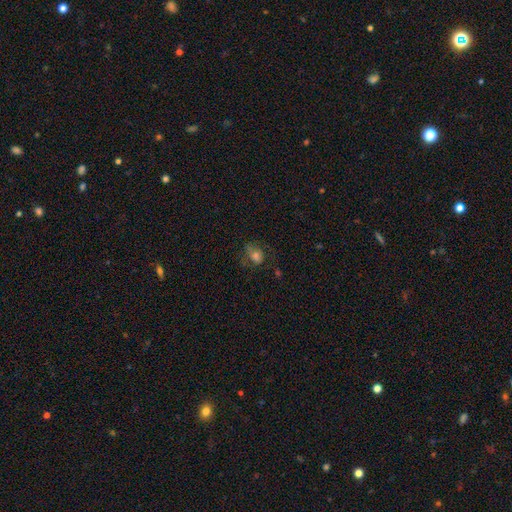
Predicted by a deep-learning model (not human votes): A smooth galaxy with no disk features (55%) that is round (51%).

Vote fractions:
- Smooth or featured? smooth: 55% / featured or disk: 23% / star or artifact: 21%
- How rounded? round: 51% / in between: 47% / cigar-shaped: 1%
- Merging? none: 51% / major disturbance: 24% / minor disturbance: 22% / merger: 3%